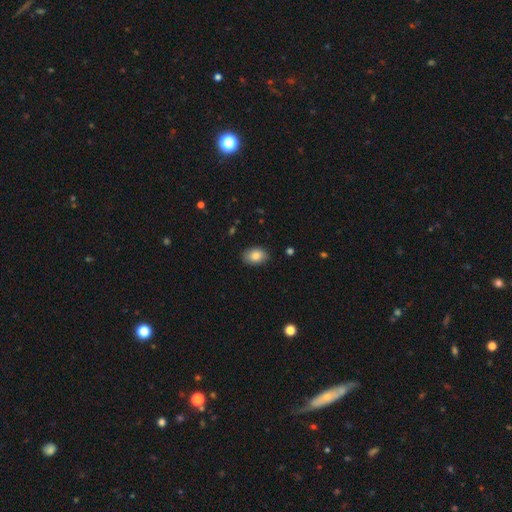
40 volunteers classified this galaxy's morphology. A smooth galaxy with no disk features (88%) that is in between round and cigar-shaped (83%).

Vote fractions:
- Smooth or featured? smooth: 88% / featured or disk: 10% / star or artifact: 2%
- How rounded? in between: 83% / round: 17% / cigar-shaped: 0%
- Merging? none: 92% / minor disturbance: 8% / major disturbance: 0% / merger: 0%